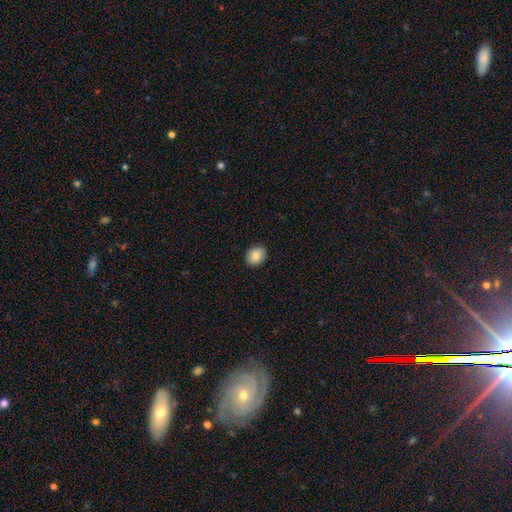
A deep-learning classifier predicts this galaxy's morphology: Smooth or featured?
  - smooth: 84% *
  - featured or disk: 8%
  - star or artifact: 8%
How rounded?
  - round: 53% *
  - in between: 46%
  - cigar-shaped: 1%
Merging?
  - none: 90% *
  - minor disturbance: 7%
  - major disturbance: 2%
  - merger: 1%